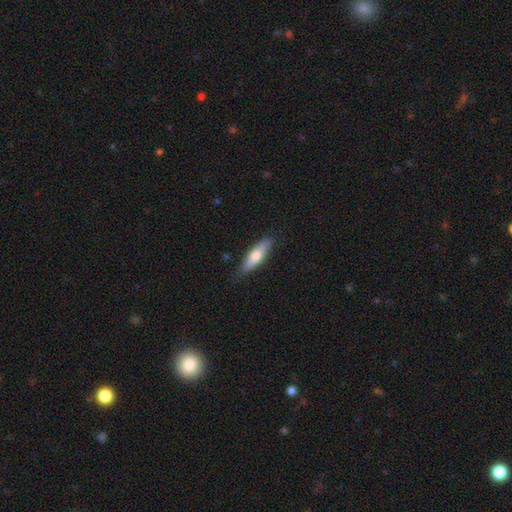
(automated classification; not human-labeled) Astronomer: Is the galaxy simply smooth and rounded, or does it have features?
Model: smooth — 62%.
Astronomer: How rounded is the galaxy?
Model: cigar-shaped — 61% (runner-up: in between, 37%).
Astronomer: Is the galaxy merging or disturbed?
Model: none — 82%.